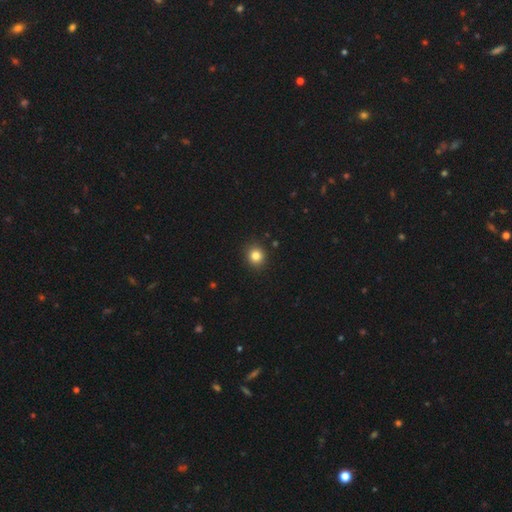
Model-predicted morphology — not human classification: A smooth galaxy with no disk features (83%) that is round (86%).

Vote fractions:
- Smooth or featured? smooth: 83% / star or artifact: 12% / featured or disk: 6%
- How rounded? round: 86% / in between: 13% / cigar-shaped: 1%
- Merging? none: 91% / minor disturbance: 6% / major disturbance: 2% / merger: 1%